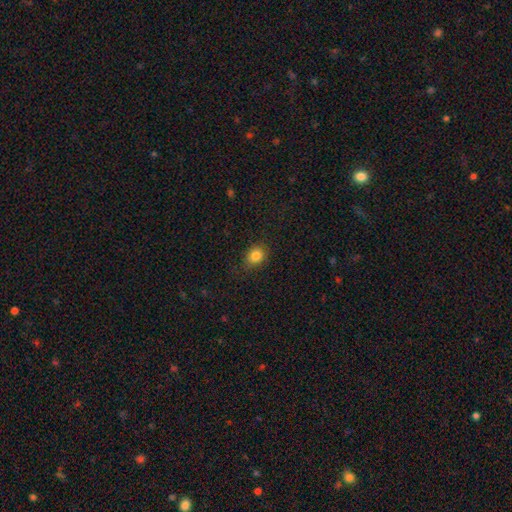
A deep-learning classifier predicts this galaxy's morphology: A smooth galaxy with no disk features (83%) that is in between round and cigar-shaped (51%).

Vote fractions:
- Smooth or featured? smooth: 83% / star or artifact: 11% / featured or disk: 7%
- How rounded? in between: 51% / round: 48% / cigar-shaped: 1%
- Merging? none: 82% / minor disturbance: 14% / major disturbance: 3% / merger: 1%